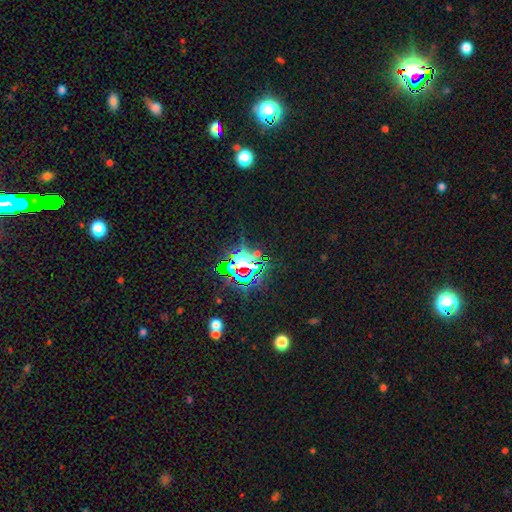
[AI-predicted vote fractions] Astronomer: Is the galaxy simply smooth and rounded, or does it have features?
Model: star or artifact — 80%.